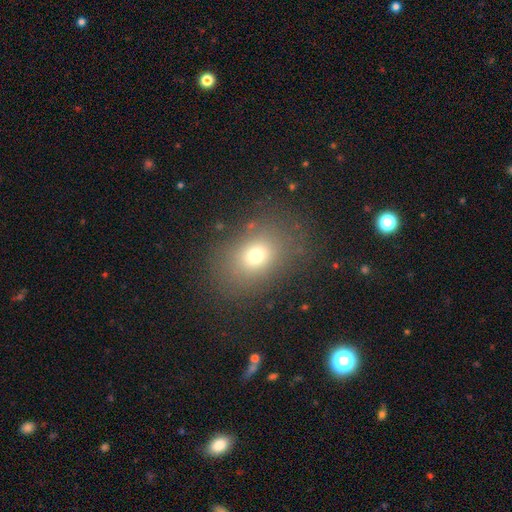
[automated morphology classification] Q: Smooth or featured?
A: smooth (71%); runner-up: star or artifact (16%)
Q: How rounded?
A: in between (61%); runner-up: round (38%)
Q: Merging?
A: none (80%); runner-up: minor disturbance (12%)